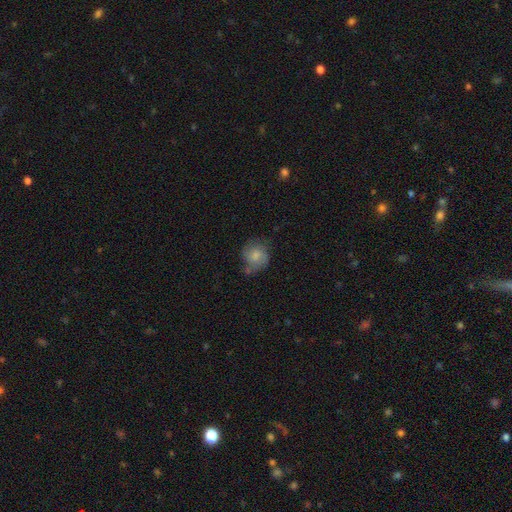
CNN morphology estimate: Smooth or featured? Predicted: smooth (p=0.67). How rounded? Predicted: round (p=0.78). Merging? Predicted: none (p=0.53).